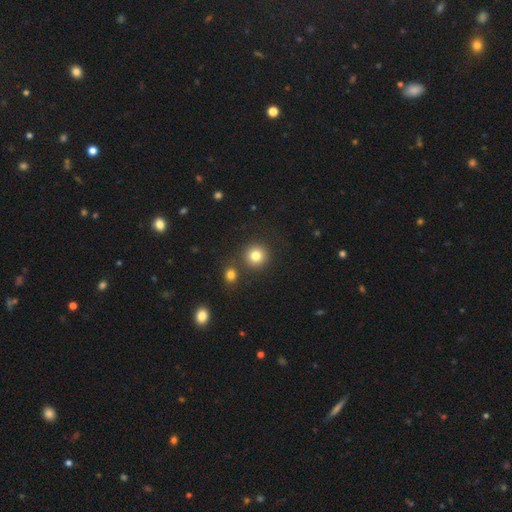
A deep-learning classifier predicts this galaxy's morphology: type=smooth (82%); roundness=round (93%); merging=none (81%).